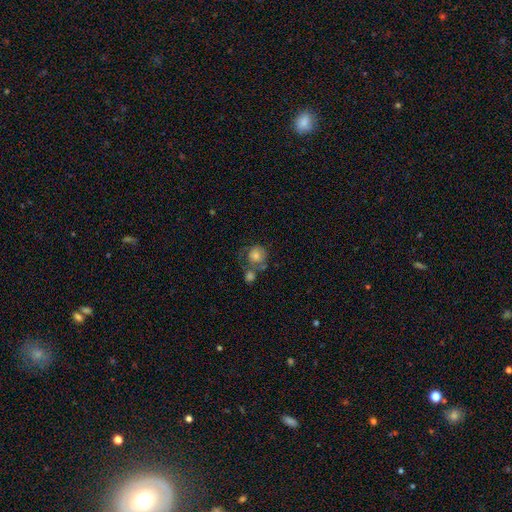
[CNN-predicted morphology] This is possibly a smooth galaxy (60%). How rounded: clearly round (82%). Merging: marginally none (43%).